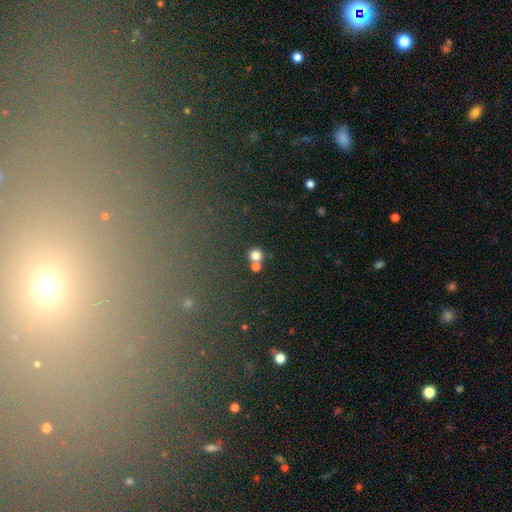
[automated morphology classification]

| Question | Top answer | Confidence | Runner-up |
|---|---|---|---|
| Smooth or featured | smooth | 78% | star or artifact (16%) |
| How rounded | round | 92% | in between (7%) |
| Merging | none | 71% | merger (19%) |